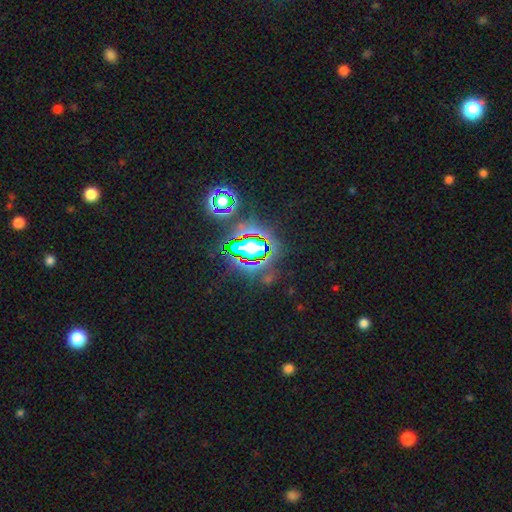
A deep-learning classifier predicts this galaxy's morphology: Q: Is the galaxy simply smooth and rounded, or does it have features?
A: star or artifact — 77%.